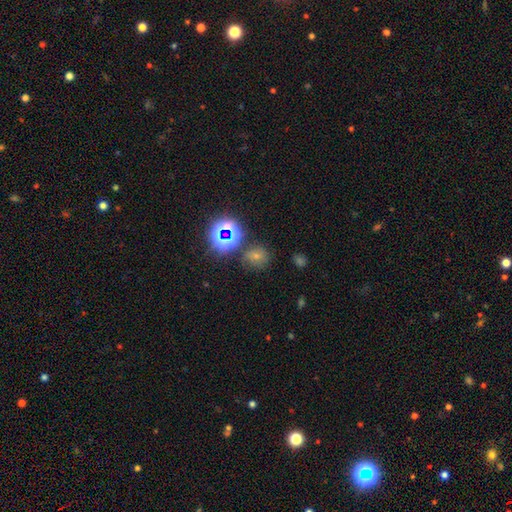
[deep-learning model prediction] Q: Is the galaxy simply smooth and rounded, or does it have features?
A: smooth — 54%.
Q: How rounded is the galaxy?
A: round — 75%.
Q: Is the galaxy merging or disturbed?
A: none — 71%.